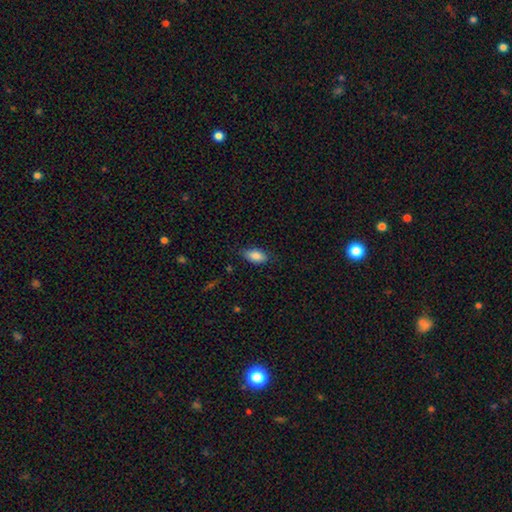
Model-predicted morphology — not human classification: A smooth galaxy with no disk features (86%) that is in between round and cigar-shaped (90%). Merging: none (77%).